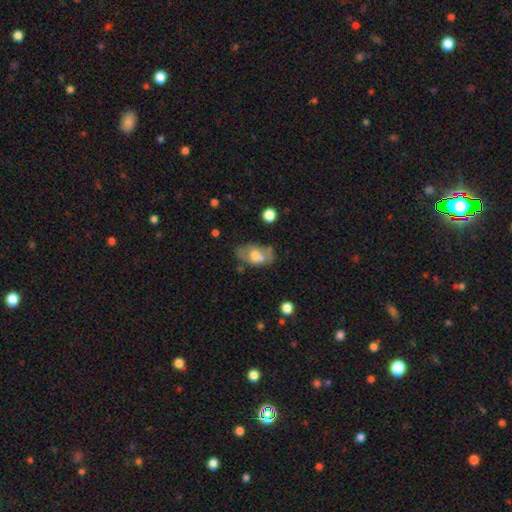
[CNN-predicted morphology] This is possibly a smooth galaxy (49%). Merging: possibly none (46%).